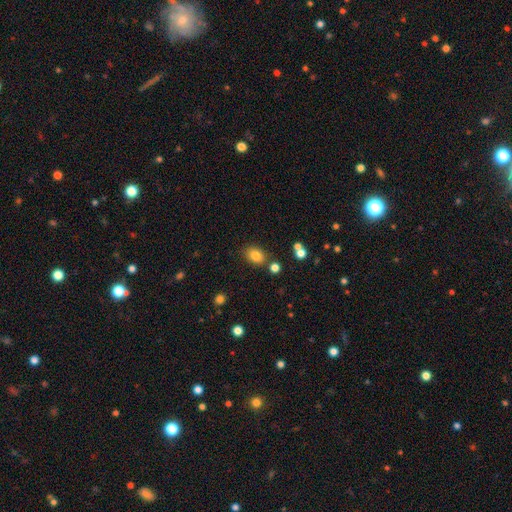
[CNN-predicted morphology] Overall: smooth (82%). How rounded: in between (69%; round 30%). Merging: none (77%).